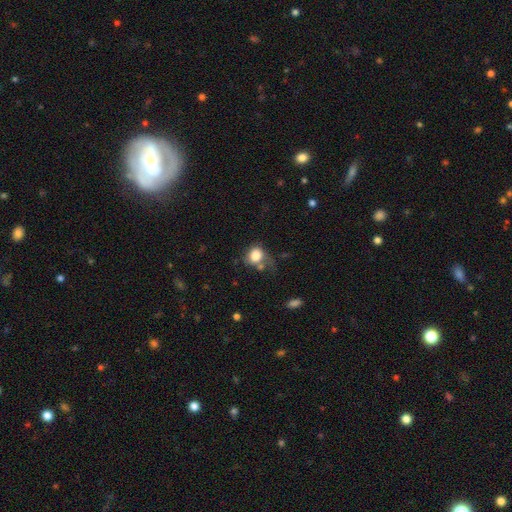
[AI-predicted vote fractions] The model was most divided on "merging": none: 39%, minor disturbance: 24%, major disturbance: 19%, merger: 17%. More confident: smooth or featured — smooth (80%); how rounded — round (64%).